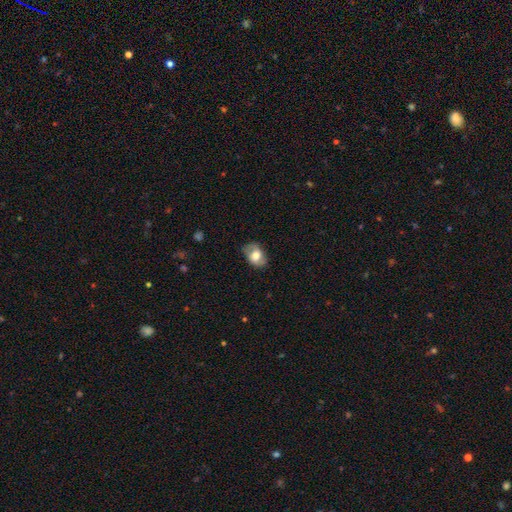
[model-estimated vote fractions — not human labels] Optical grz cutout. It shows a smooth galaxy with no disk features (60%) that is in between round and cigar-shaped (79%). Merging: none (73%).